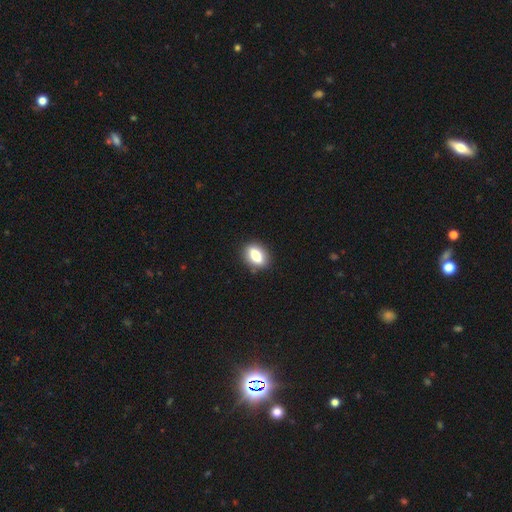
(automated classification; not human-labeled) Smooth or featured?
  - smooth: 76% *
  - featured or disk: 15%
  - star or artifact: 8%
How rounded?
  - in between: 77% *
  - round: 16%
  - cigar-shaped: 7%
Merging?
  - none: 86% *
  - minor disturbance: 10%
  - major disturbance: 2%
  - merger: 1%